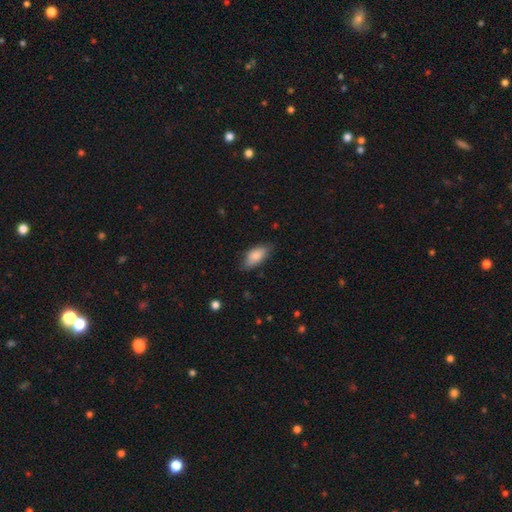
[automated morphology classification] This appears to be a smooth galaxy with no disk features (83%) that is in between round and cigar-shaped (86%). Merging: none (74%).